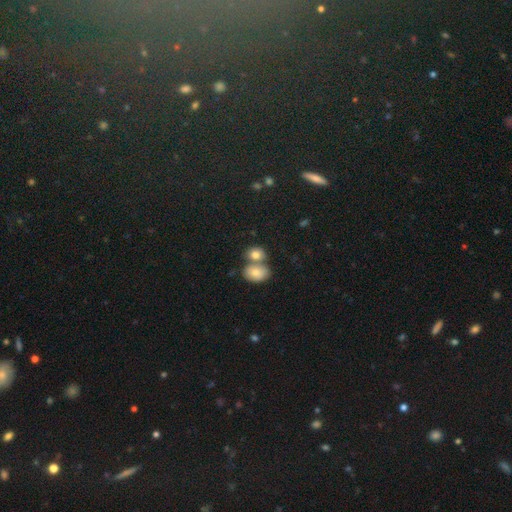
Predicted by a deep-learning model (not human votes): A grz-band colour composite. It shows a smooth galaxy with no disk features (75%) that is in between round and cigar-shaped (54%). Merging: merger (44%).